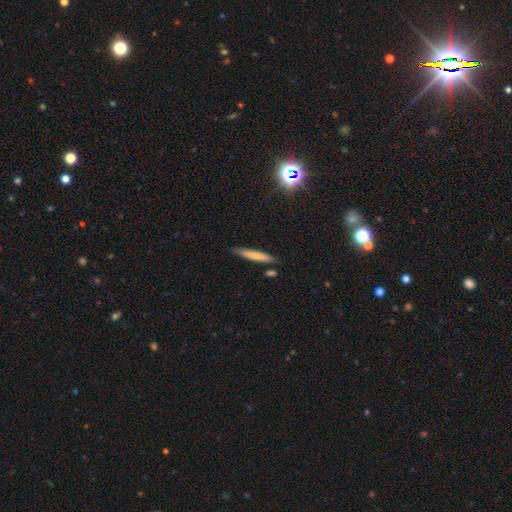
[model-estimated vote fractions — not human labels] Smooth or featured? smooth (72%)
How rounded? cigar-shaped (93%)
Merging? none (82%)